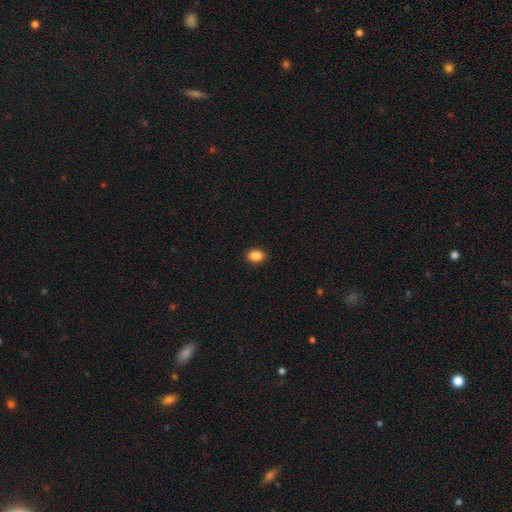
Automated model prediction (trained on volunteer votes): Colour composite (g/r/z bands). It shows a smooth galaxy with no disk features (88%) that is in between round and cigar-shaped (67%). Merging: none (90%).